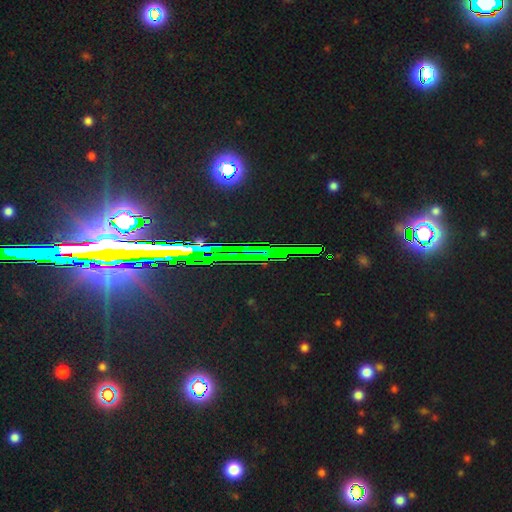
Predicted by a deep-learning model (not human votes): smooth_or_featured: star or artifact (p=0.79) [alt: featured or disk p=0.12]